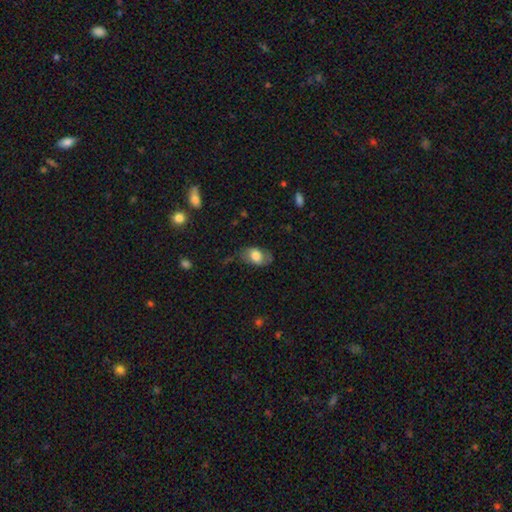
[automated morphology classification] Overall: smooth (70%). How rounded: in between (88%). Merging: none (58%; minor disturbance 27%).